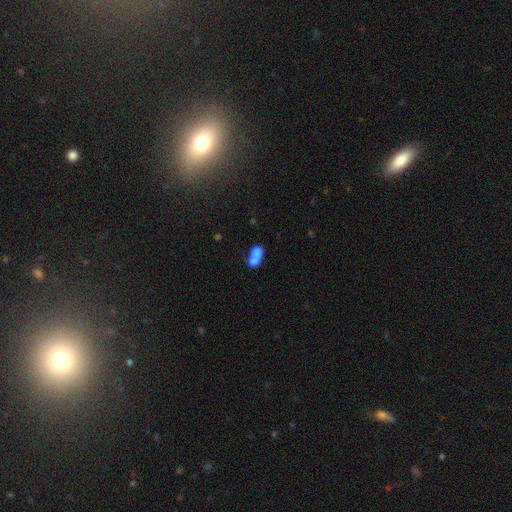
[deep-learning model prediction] smooth 71%, featured or disk 20%, star or artifact 9%. Down the decision tree: how rounded — in between (79%); merging — merger (62%).